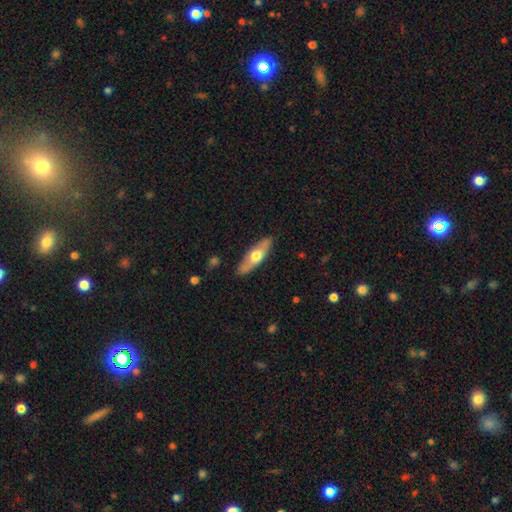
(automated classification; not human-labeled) The model was most divided on "how rounded": cigar-shaped: 52%, in between: 45%, round: 2%. More confident: merging — none (86%); smooth or featured — smooth (52%).